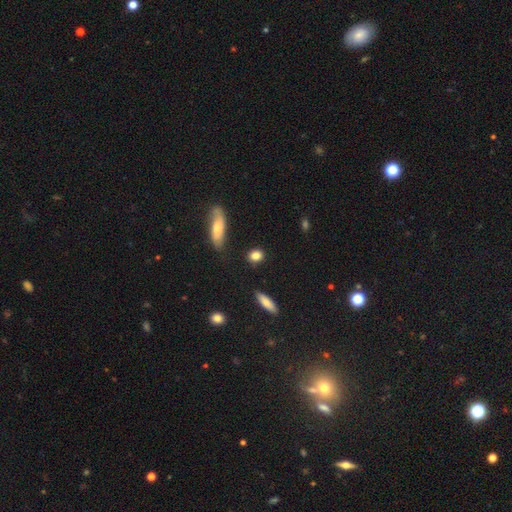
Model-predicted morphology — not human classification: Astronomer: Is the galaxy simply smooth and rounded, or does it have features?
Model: smooth — 83%.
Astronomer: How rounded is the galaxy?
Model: round — 56% (runner-up: in between, 38%).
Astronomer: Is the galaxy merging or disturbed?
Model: none — 83%.